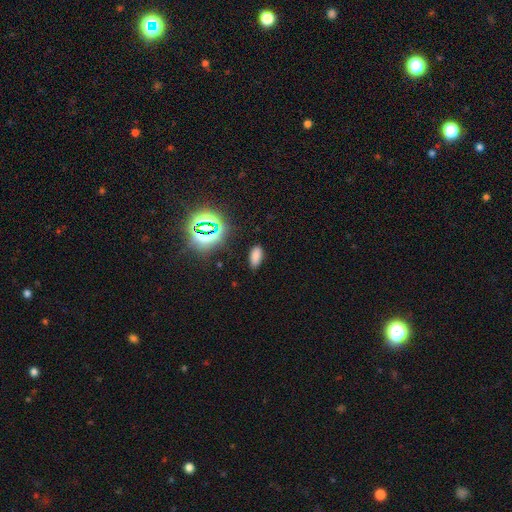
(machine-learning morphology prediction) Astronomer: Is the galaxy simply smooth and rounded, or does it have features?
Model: smooth — 73%.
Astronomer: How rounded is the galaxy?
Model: in between — 86%.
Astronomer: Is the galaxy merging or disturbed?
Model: none — 84%.